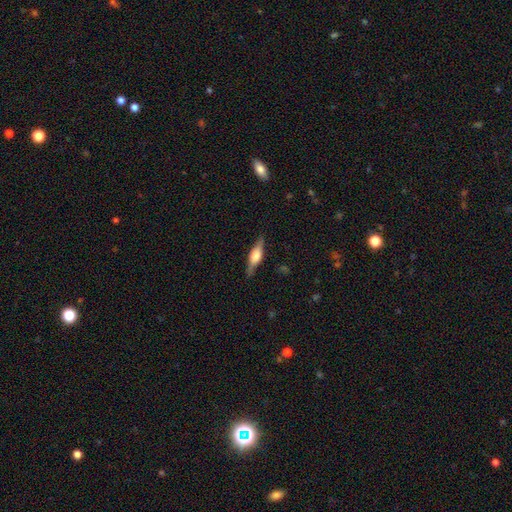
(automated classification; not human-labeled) A featured or disk galaxy (61%) viewed edge-on (94%) with a rounded central bulge (82%). Merging: none (85%).